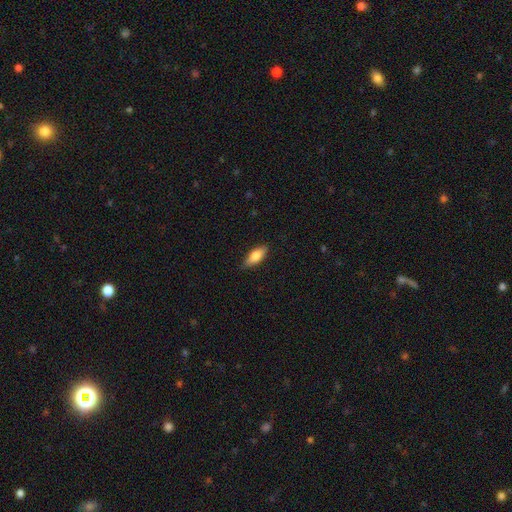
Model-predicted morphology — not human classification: smooth 76%, featured or disk 18%, star or artifact 6%. Down the decision tree: how rounded — in between (75%); merging — none (82%).